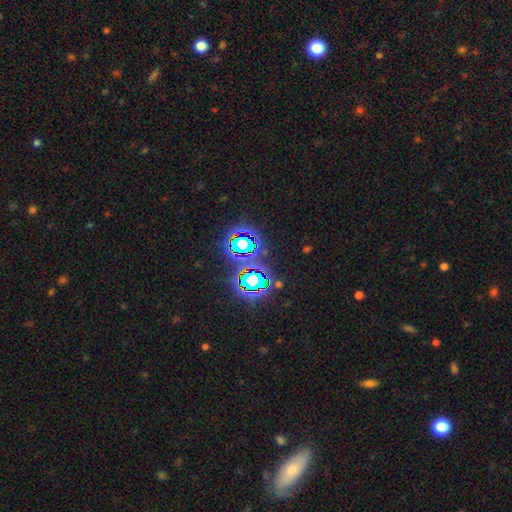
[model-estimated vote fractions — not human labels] star or artifact 79%, smooth 14%, featured or disk 8%.